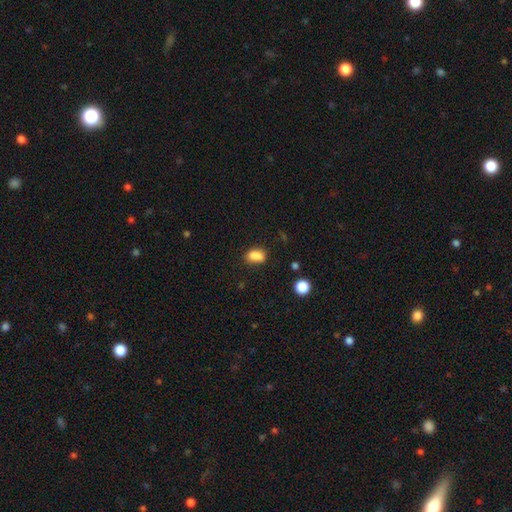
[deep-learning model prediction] Q: Smooth or featured?
A: smooth (85%); runner-up: star or artifact (10%)
Q: How rounded?
A: in between (84%); runner-up: round (13%)
Q: Merging?
A: none (72%); runner-up: minor disturbance (19%)